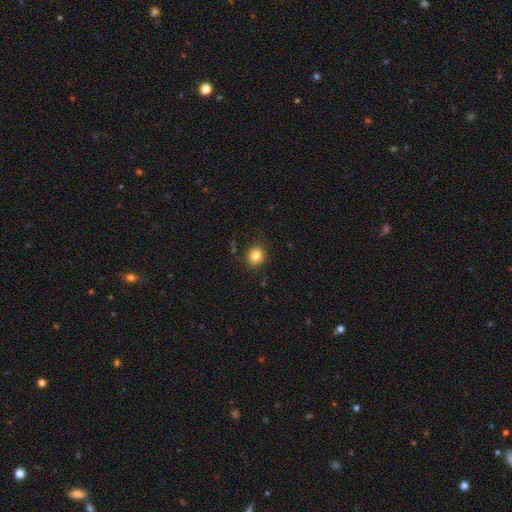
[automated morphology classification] Smooth or featured? Predicted: smooth (p=0.83). How rounded? Predicted: round (p=0.84). Merging? Predicted: none (p=0.85).